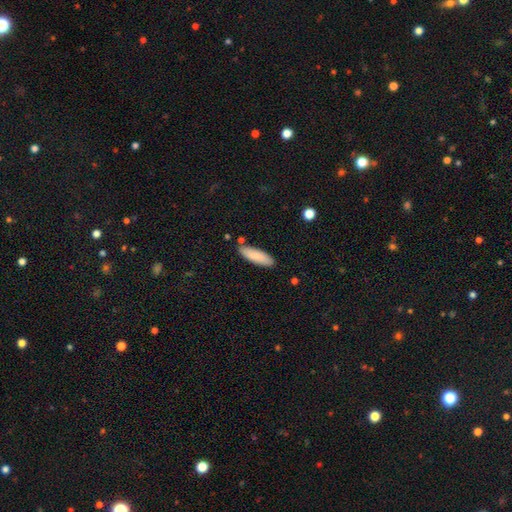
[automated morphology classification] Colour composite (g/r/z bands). It shows a smooth galaxy with no disk features (86%) that is cigar-shaped (55%). Merging: none (84%).